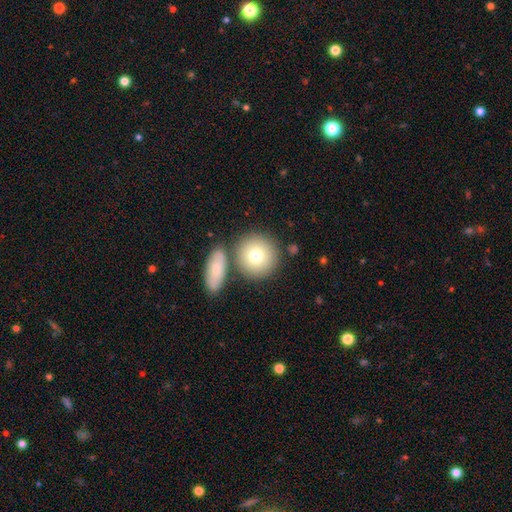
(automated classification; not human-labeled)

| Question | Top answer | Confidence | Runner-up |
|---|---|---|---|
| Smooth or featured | smooth | 77% | featured or disk (15%) |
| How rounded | round | 92% | in between (7%) |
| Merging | none | 73% | merger (16%) |